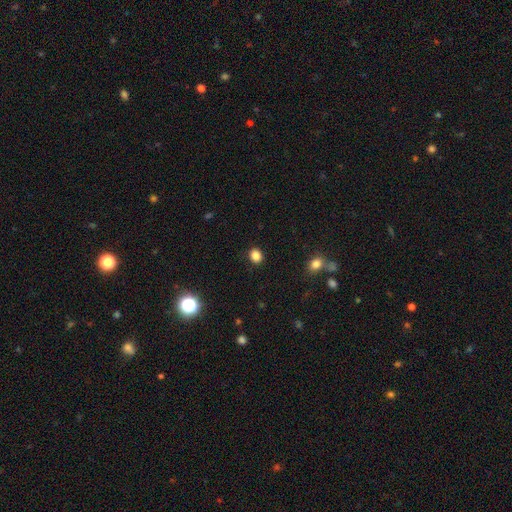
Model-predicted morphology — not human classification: A smooth galaxy with no disk features (85%) that is round (57%). Merging: none (89%).